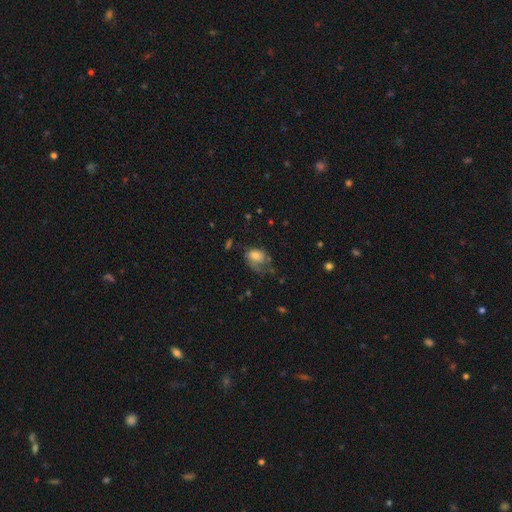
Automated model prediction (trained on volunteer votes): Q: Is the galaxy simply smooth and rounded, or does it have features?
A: smooth — 54%.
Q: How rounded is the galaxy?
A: in between — 72%.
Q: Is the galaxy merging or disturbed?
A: major disturbance — 38%.